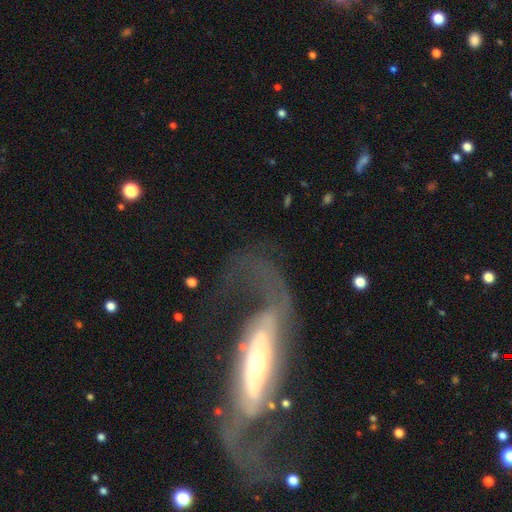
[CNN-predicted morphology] type=featured or disk (84%); edge-on=no (88%); bar=strong (43%); spiral arms=yes (91%); winding=loose (43%); arm count=2 (87%); bulge=small (56%); merging=none (61%).